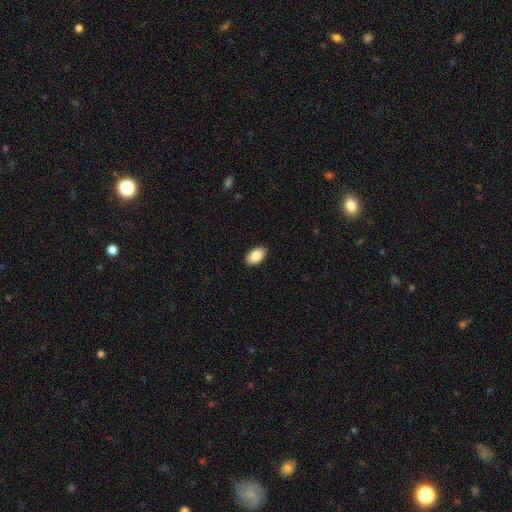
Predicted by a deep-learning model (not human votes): Overall: smooth (87%). How rounded: in between (93%). Merging: none (90%).